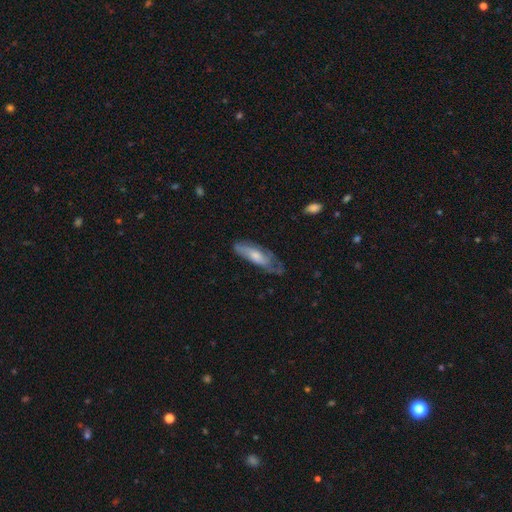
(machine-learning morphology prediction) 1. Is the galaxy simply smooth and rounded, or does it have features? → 51% smooth, 43% featured or disk, 6% star or artifact.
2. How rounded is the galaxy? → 55% in between, 43% cigar-shaped, 2% round.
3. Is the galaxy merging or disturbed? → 42% none, 34% minor disturbance, 22% major disturbance, 2% merger.